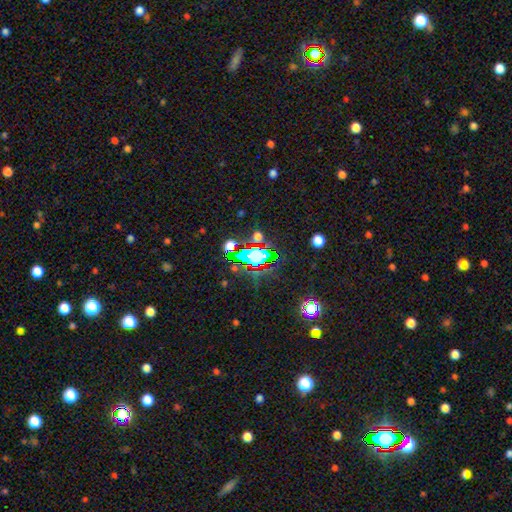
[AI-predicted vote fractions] The model was most divided on "smooth or featured": star or artifact: 58%, smooth: 29%, featured or disk: 13%.